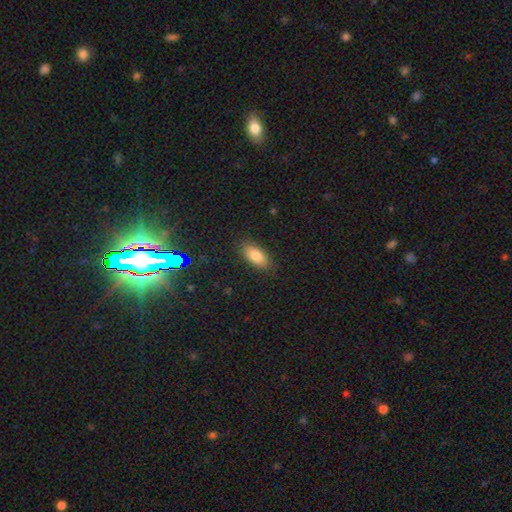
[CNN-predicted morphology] A smooth galaxy with no disk features (82%) that is in between round and cigar-shaped (89%). Merging: none (86%).